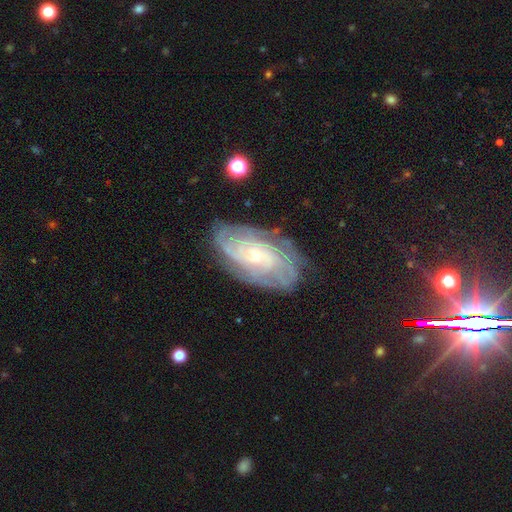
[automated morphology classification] A featured or disk galaxy (83%) with no bar (74%), tight (73%) spiral arms (95%) and a small central bulge (79%). Merging: none (76%).